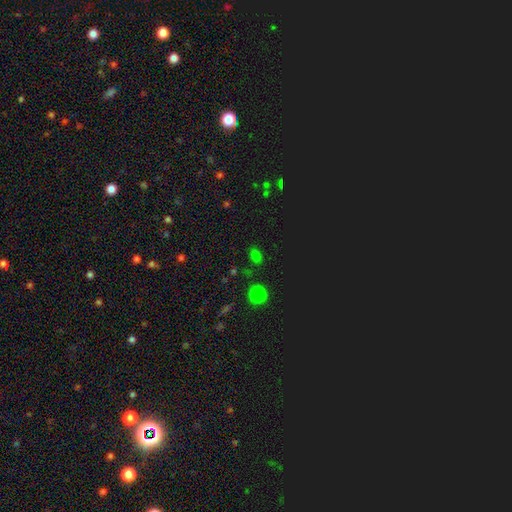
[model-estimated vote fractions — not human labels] Overall: smooth (64%; star or artifact 30%). How rounded: in between (65%; round 33%). Merging: none (82%).